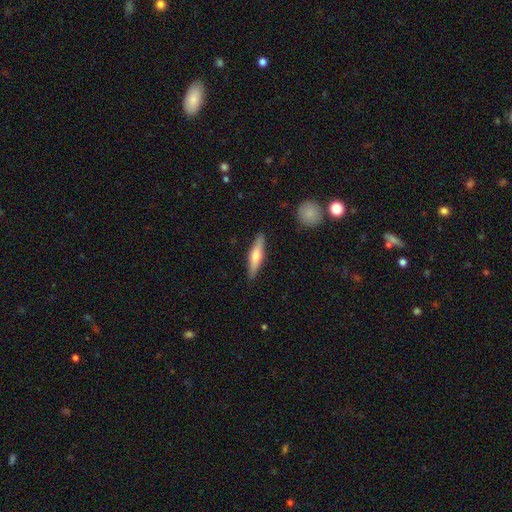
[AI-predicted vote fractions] This appears to be a smooth galaxy with no disk features (48%). Merging: none (89%).